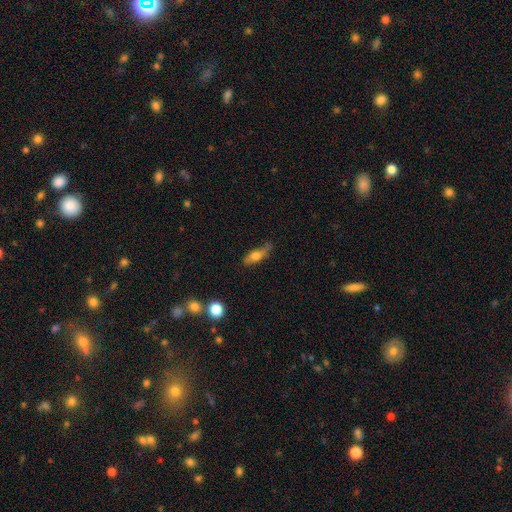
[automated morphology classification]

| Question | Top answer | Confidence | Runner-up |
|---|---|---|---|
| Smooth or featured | smooth | 56% | featured or disk (36%) |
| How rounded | in between | 50% | cigar-shaped (45%) |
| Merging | none | 58% | minor disturbance (29%) |